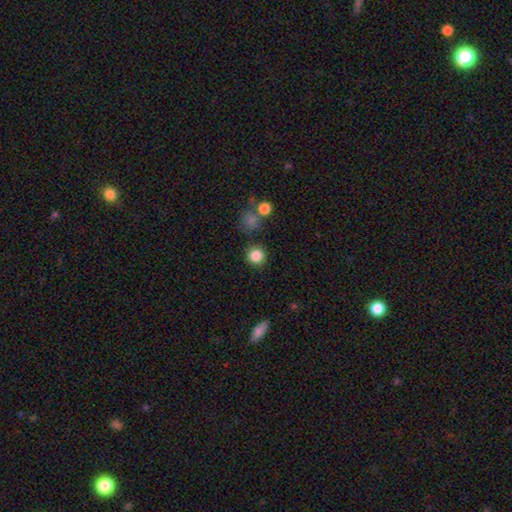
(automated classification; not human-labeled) A smooth galaxy with no disk features (85%) that is round (92%). Merging: none (85%).